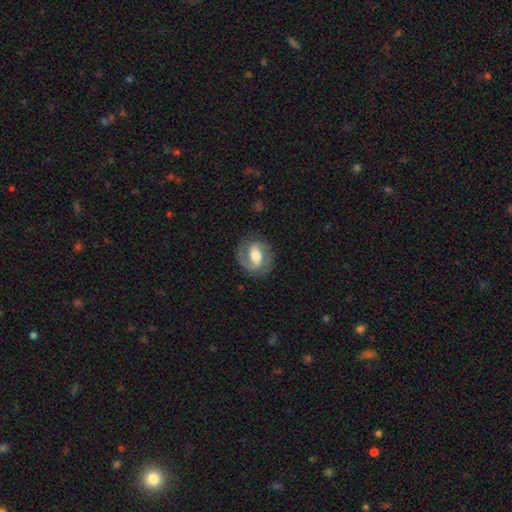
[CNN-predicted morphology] A featured or disk galaxy (74%) with a weak bar (41%), 2 (80%) medium (46%) spiral arms (87%) and a moderate central bulge (64%). Merging: none (79%).